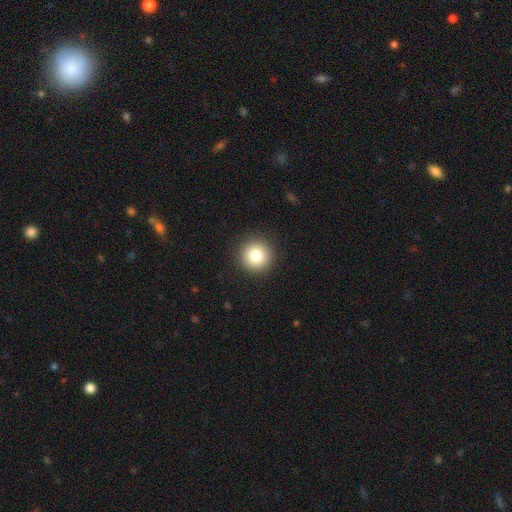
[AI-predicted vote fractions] smooth-or-featured: smooth: 83% | star or artifact: 10% | featured or disk: 7%
  how-rounded: round: 95% | in between: 4% | cigar-shaped: 1%
  merging: none: 92% | minor disturbance: 5% | major disturbance: 2% | merger: 1%